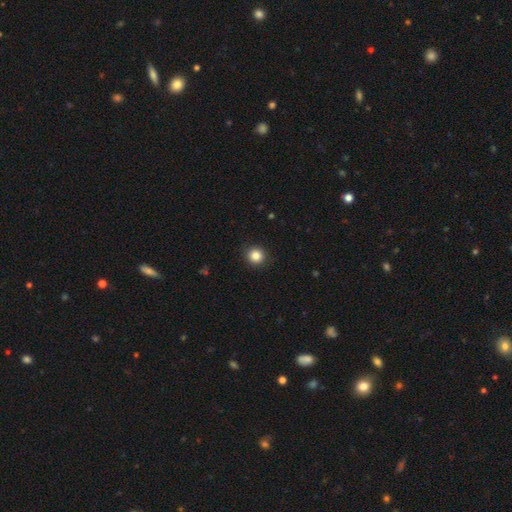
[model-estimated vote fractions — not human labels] smooth_or_featured: smooth (p=0.84) [alt: star or artifact p=0.11]
how_rounded: round (p=0.93) [alt: in between p=0.06]
merging: none (p=0.92) [alt: minor disturbance p=0.05]